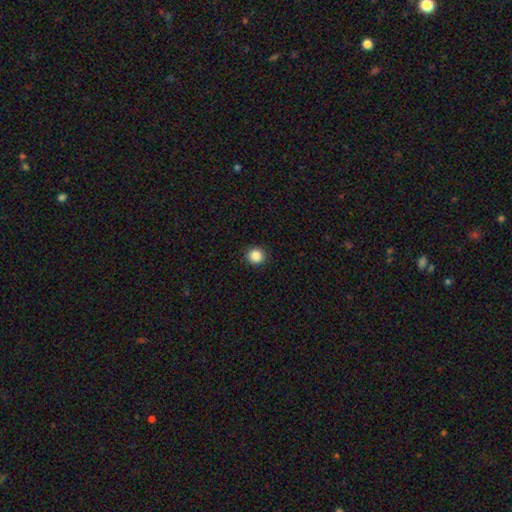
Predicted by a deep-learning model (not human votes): Smooth or featured?
  - smooth: 86% *
  - star or artifact: 10%
  - featured or disk: 4%
How rounded?
  - round: 95% *
  - in between: 4%
  - cigar-shaped: 1%
Merging?
  - none: 93% *
  - minor disturbance: 5%
  - major disturbance: 2%
  - merger: 1%